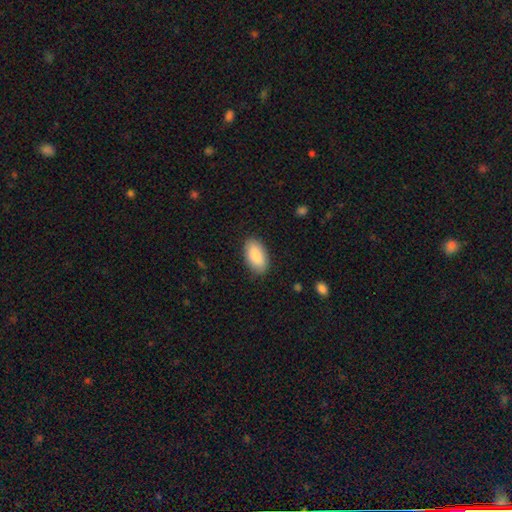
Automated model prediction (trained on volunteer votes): smooth 88%, featured or disk 6%, star or artifact 6%. Down the decision tree: how rounded — in between (95%); merging — none (87%).